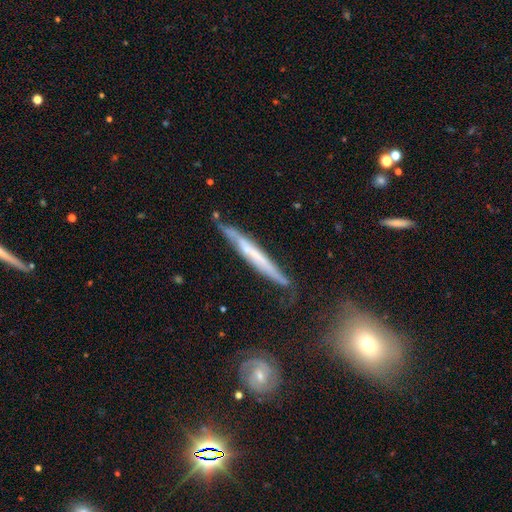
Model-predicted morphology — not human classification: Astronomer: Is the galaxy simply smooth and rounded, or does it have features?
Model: featured or disk — 61%.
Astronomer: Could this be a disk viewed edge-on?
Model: yes — 87%.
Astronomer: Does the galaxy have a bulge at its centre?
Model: none — 76%.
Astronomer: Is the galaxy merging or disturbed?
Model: none — 72%.